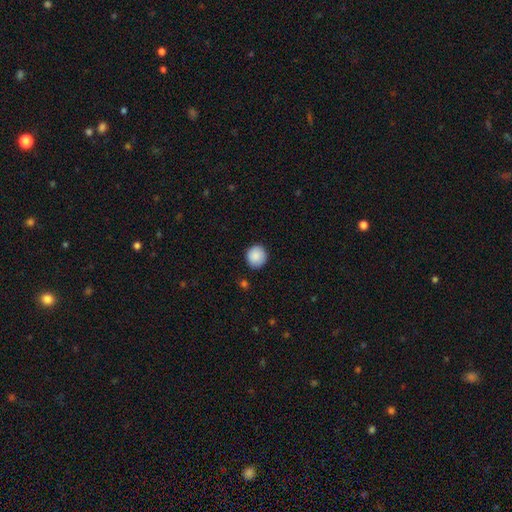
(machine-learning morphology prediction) A smooth galaxy with no disk features (89%) that is round (90%). Merging: none (89%).